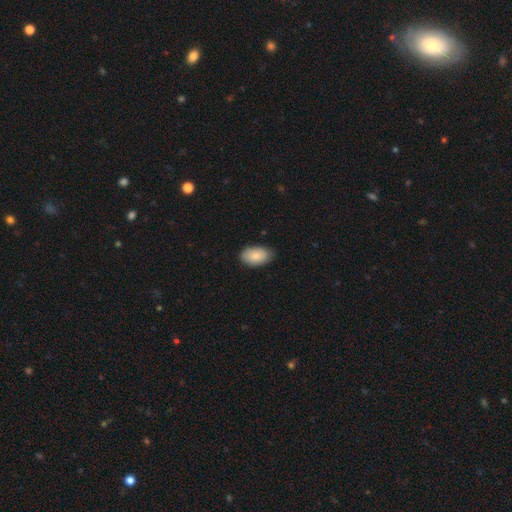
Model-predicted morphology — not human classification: smooth 85%, featured or disk 9%, star or artifact 6%. Down the decision tree: how rounded — in between (94%); merging — none (83%).